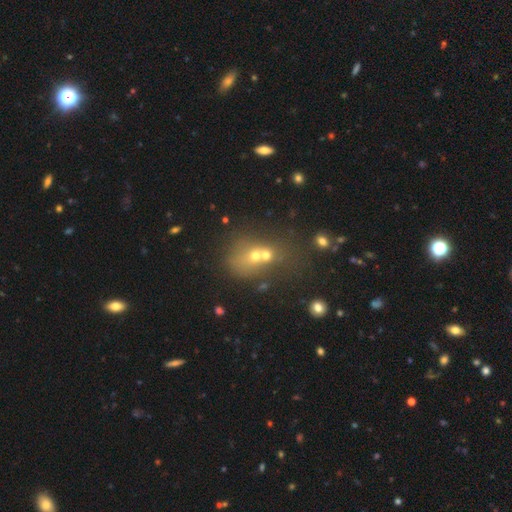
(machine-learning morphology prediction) smooth-or-featured: smooth: 49% | star or artifact: 30% | featured or disk: 21%
  merging: merger: 57% | none: 30% | minor disturbance: 8% | major disturbance: 6%